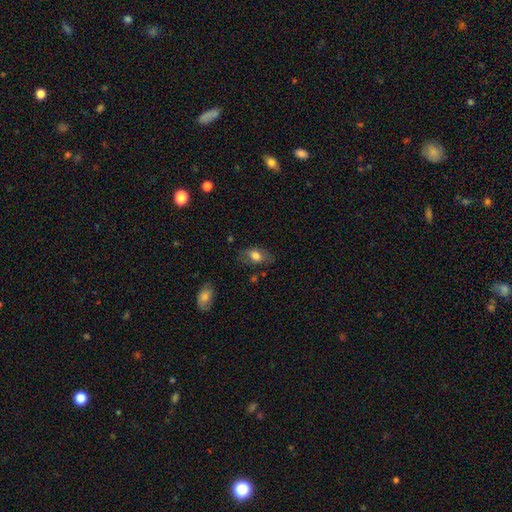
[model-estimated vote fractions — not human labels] Morphology: type=smooth (73%); roundness=in between (87%); merging=none (71%).